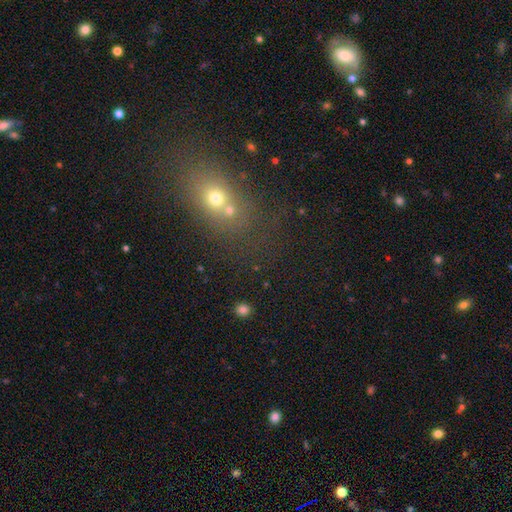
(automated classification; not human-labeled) smooth 49%, star or artifact 33%, featured or disk 18%. Down the decision tree: merging — none (43%, tied with merger).